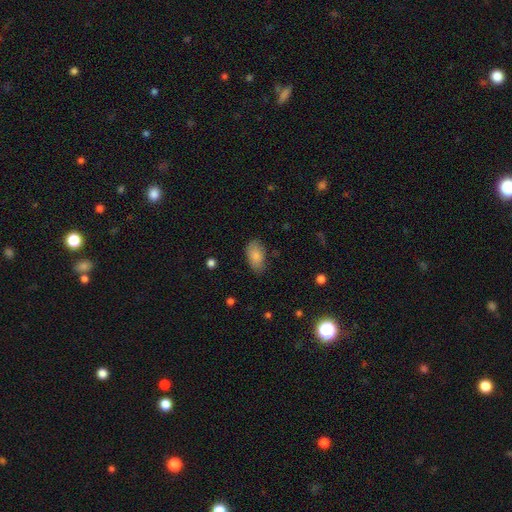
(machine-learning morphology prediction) Q: Smooth or featured?
A: smooth (86%); runner-up: featured or disk (7%)
Q: How rounded?
A: in between (92%); runner-up: round (6%)
Q: Merging?
A: none (74%); runner-up: minor disturbance (20%)